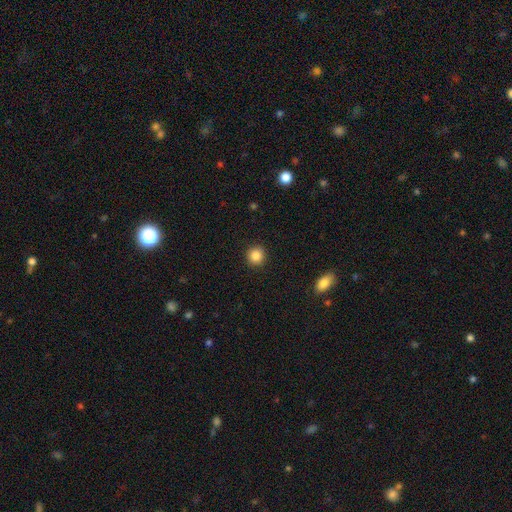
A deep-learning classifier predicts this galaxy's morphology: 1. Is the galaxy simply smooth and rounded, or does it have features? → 86% smooth, 10% star or artifact, 4% featured or disk.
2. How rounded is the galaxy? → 93% round, 6% in between, 1% cigar-shaped.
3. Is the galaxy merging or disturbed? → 92% none, 5% minor disturbance, 2% major disturbance, 1% merger.